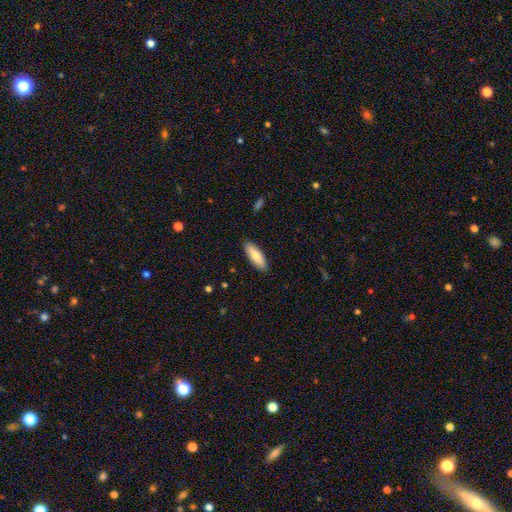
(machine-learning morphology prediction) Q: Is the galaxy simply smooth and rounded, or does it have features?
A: smooth — 77%.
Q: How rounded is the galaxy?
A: in between — 62%.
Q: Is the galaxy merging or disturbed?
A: none — 89%.